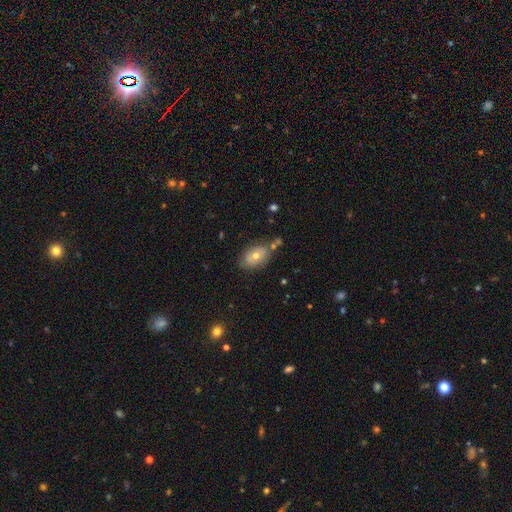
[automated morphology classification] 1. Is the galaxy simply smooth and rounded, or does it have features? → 62% smooth, 27% featured or disk, 11% star or artifact.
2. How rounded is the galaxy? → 83% in between, 15% round, 2% cigar-shaped.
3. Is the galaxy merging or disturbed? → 69% none, 19% minor disturbance, 8% merger, 5% major disturbance.